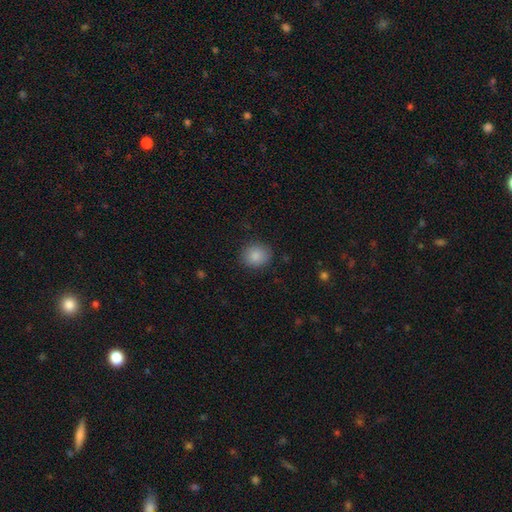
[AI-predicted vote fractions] Smooth or featured: smooth — 86% (star or artifact — 9%)
How rounded: round — 77% (in between — 23%)
Merging: none — 87% (minor disturbance — 9%)